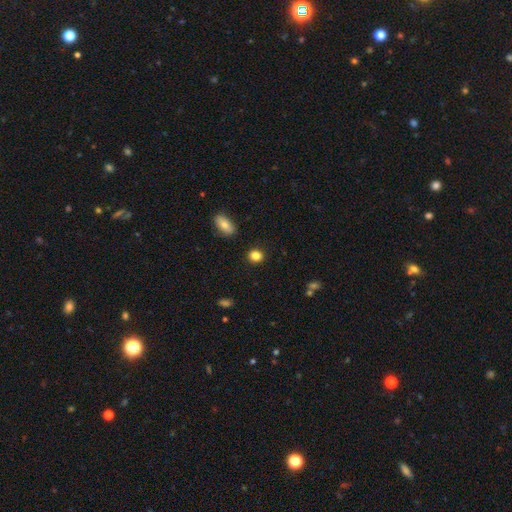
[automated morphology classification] Smooth or featured: smooth — 85% (star or artifact — 10%)
How rounded: round — 75% (in between — 24%)
Merging: none — 89% (minor disturbance — 7%)